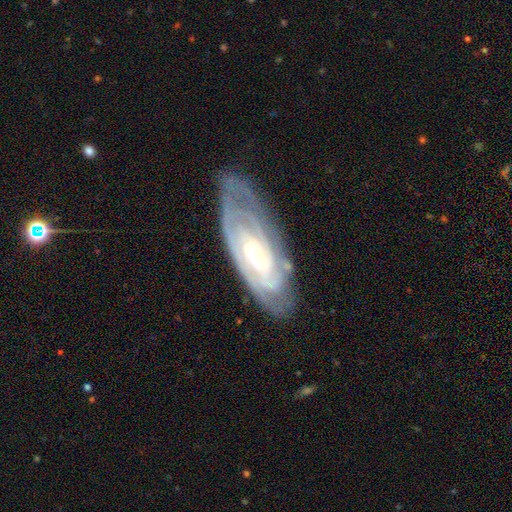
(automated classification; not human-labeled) This is clearly a featured or disk galaxy (86%). It is clearly not viewed edge-on (91%). Bar: marginally no (45%). Spiral arm pattern: clearly yes (95%). Spiral arm count: marginally can't tell (38%). Spiral winding: likely tight (76%). Central bulge: likely small (66%). Merging: likely none (72%).